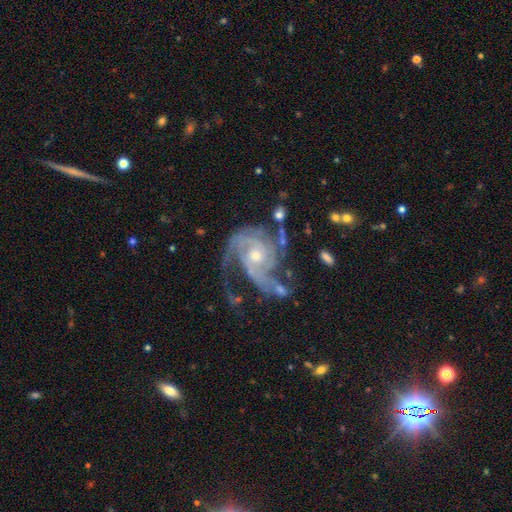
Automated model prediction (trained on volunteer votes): The model was most divided on "spiral winding": medium: 45%, tight: 43%, loose: 12%. Remaining: spiral arms — yes (98%); edge-on disk — no (98%); smooth or featured — featured or disk (92%); bar — no (67%); merging — none (51%); bulge size — moderate (50%); spiral arm count — 3 (37%).